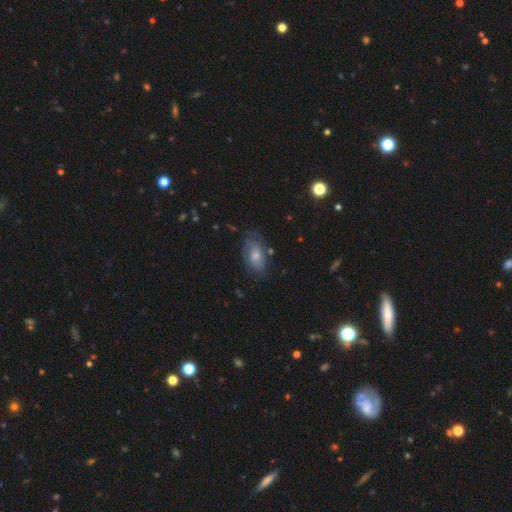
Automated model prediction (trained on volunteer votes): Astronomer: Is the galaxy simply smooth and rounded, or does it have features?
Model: featured or disk — 53% (runner-up: smooth, 39%).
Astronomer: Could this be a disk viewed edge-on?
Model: no — 93%.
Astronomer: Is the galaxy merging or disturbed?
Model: none — 63%.